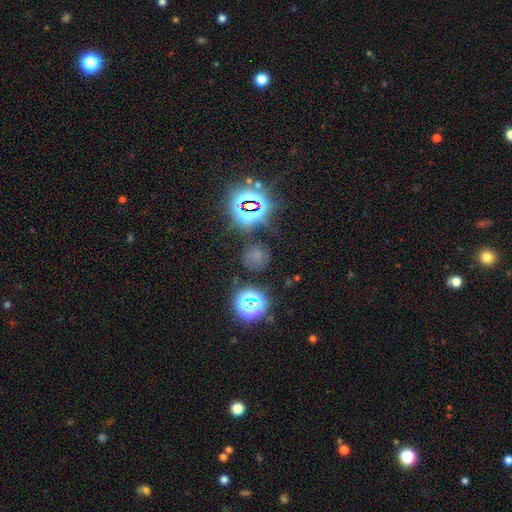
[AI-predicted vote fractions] smooth-or-featured: smooth: 53% | star or artifact: 38% | featured or disk: 10%
  how-rounded: round: 86% | in between: 13% | cigar-shaped: 1%
  merging: none: 70% | minor disturbance: 17% | major disturbance: 9% | merger: 5%